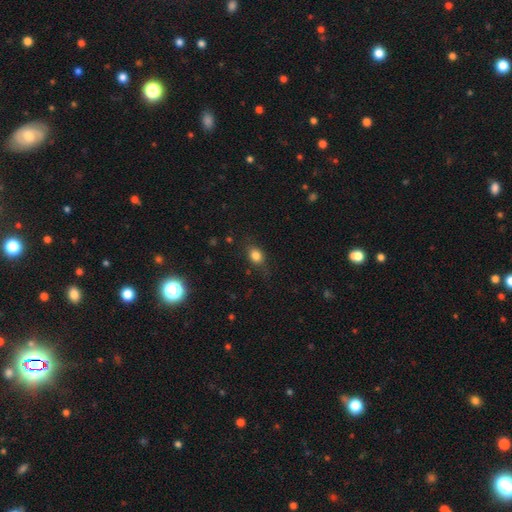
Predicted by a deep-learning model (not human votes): A smooth galaxy with no disk features (82%) that is in between round and cigar-shaped (61%).

Vote fractions:
- Smooth or featured? smooth: 82% / star or artifact: 11% / featured or disk: 7%
- How rounded? in between: 61% / round: 37% / cigar-shaped: 2%
- Merging? none: 77% / minor disturbance: 17% / major disturbance: 5% / merger: 1%